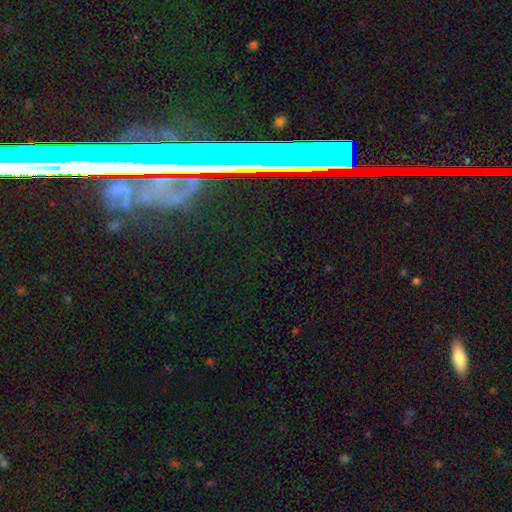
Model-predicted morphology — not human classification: type=star or artifact (55%).